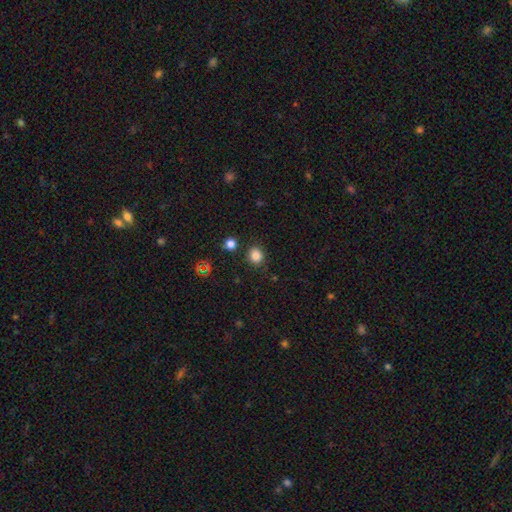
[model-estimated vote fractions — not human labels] This is clearly a smooth galaxy (82%). How rounded: clearly round (81%). Merging: clearly none (84%).